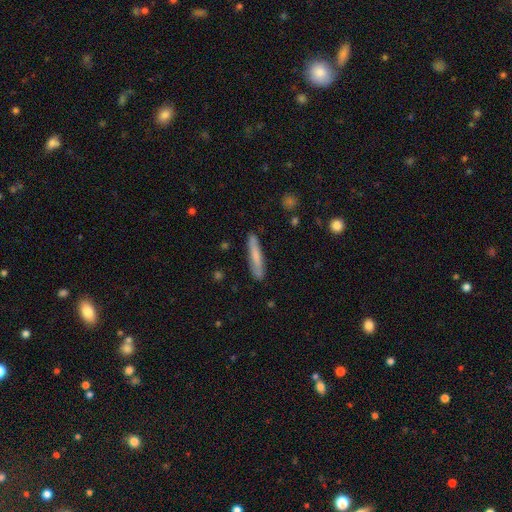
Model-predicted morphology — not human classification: smooth_or_featured: smooth (p=0.70) [alt: featured or disk p=0.24]
how_rounded: cigar-shaped (p=0.91) [alt: in between p=0.07]
merging: none (p=0.85) [alt: minor disturbance p=0.11]